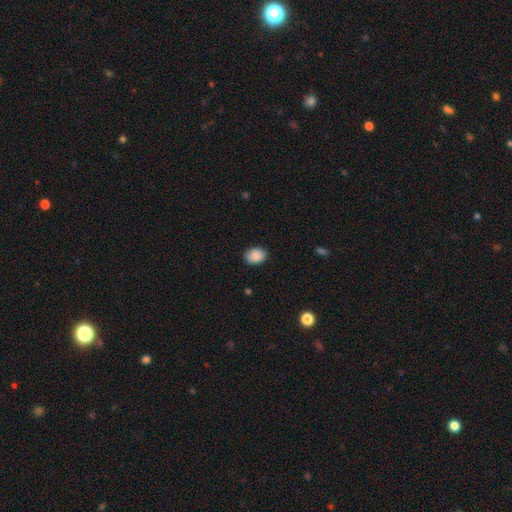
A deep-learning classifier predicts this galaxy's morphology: This is clearly a smooth galaxy (89%). How rounded: likely in between (67%). Merging: clearly none (85%).